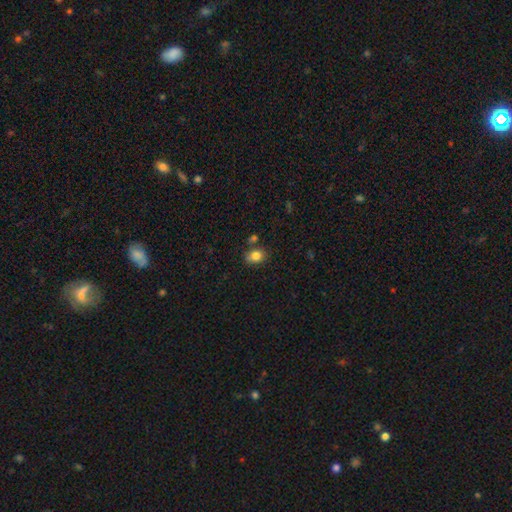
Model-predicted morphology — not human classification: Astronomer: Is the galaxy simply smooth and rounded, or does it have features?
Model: smooth — 82%.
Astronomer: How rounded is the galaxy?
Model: in between — 54% (runner-up: round, 45%).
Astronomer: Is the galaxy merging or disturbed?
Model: none — 69%.